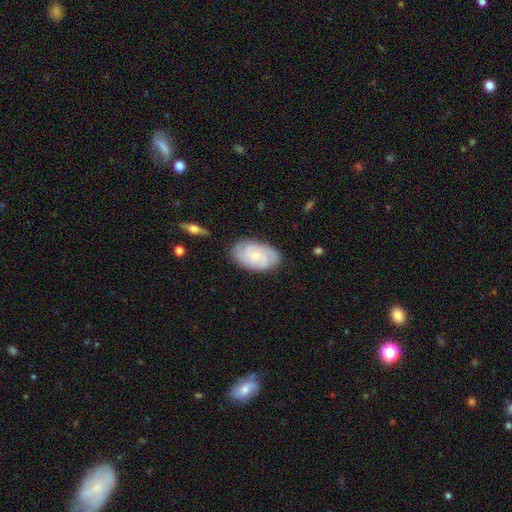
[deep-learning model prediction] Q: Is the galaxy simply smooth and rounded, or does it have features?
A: featured or disk — 73%.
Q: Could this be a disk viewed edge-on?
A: no — 96%.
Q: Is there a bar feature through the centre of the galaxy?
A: no — 72%.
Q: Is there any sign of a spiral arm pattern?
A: yes — 95%.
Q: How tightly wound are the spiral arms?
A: tight — 61%.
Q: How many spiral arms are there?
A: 3 — 34%.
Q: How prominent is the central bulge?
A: small — 64%.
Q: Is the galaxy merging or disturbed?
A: none — 81%.